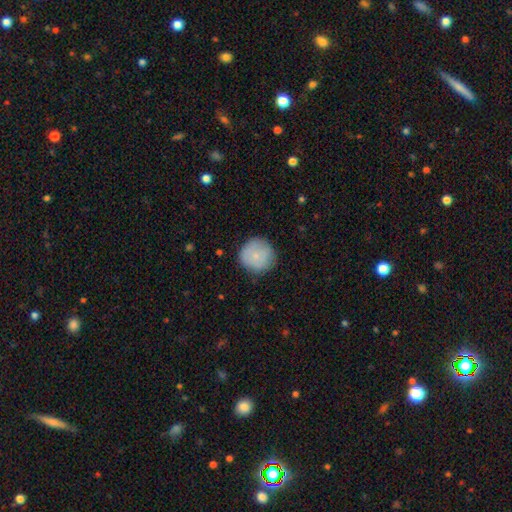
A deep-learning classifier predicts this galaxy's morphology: Overall: smooth (79%). How rounded: round (94%). Merging: none (80%).